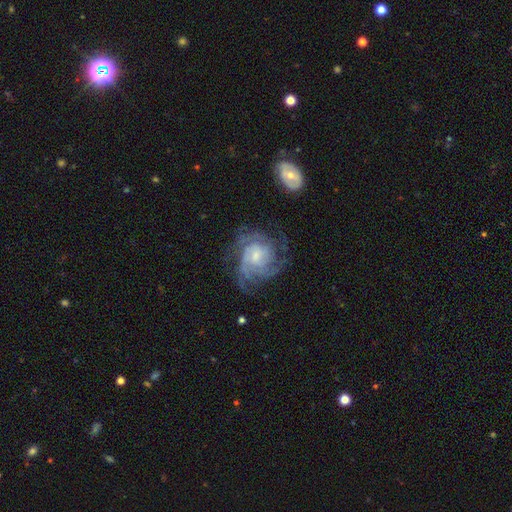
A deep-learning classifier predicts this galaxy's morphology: This appears to be a featured or disk galaxy (83%) with no bar (59%), tight (52%) spiral arms (94%) and a small central bulge (55%). Merging: none (63%).